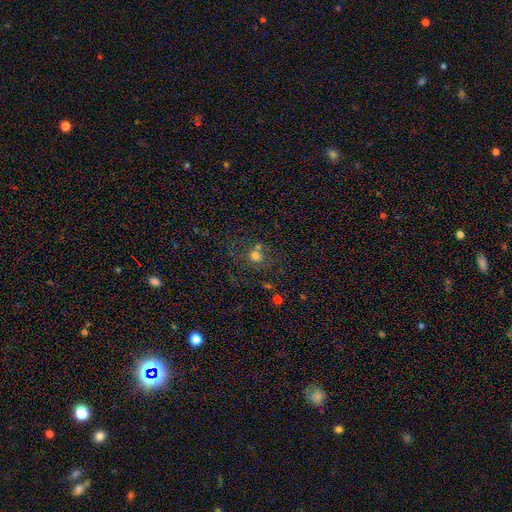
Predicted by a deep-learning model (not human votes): smooth_or_featured: smooth (p=0.63) [alt: star or artifact p=0.20]
how_rounded: round (p=0.84) [alt: in between p=0.15]
merging: none (p=0.53) [alt: merger p=0.28]